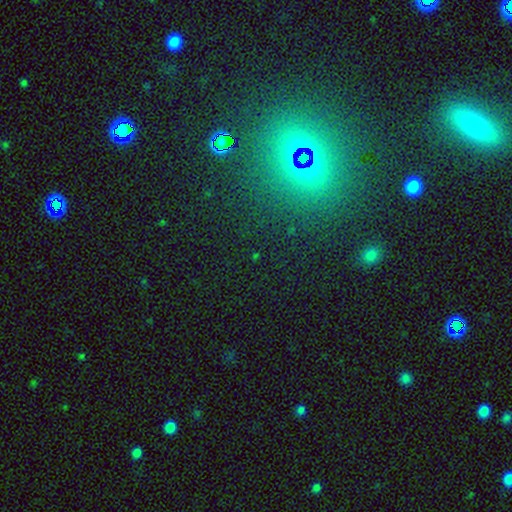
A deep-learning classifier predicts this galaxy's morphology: This appears to be a star or artifact, not a galaxy (63%).